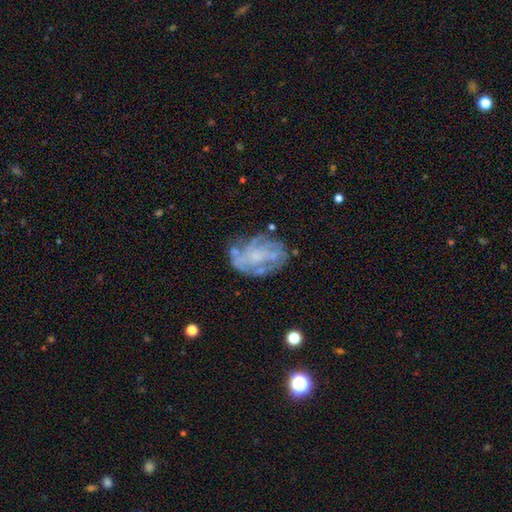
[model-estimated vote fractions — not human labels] smooth_or_featured: featured or disk (p=0.71) [alt: smooth p=0.20]
disk_edge_on: no (p=0.97) [alt: yes p=0.03]
bar: no (p=0.73) [alt: weak p=0.22]
has_spiral_arms: yes (p=0.60) [alt: no p=0.40]
bulge_size: none (p=0.42) [alt: small p=0.33]
merging: none (p=0.59) [alt: minor disturbance p=0.22]